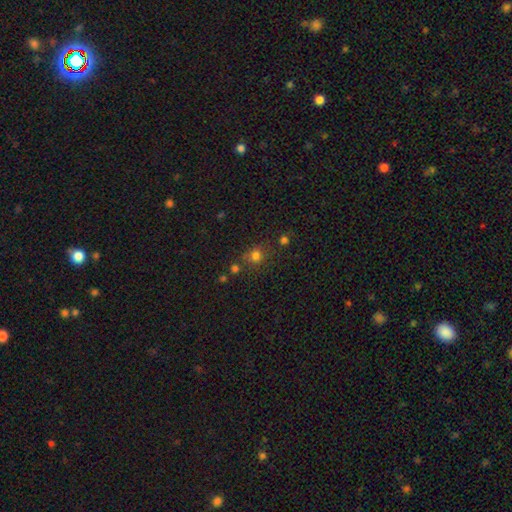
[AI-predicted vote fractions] Smooth or featured? smooth (74%)
How rounded? round (82%)
Merging? none (69%)